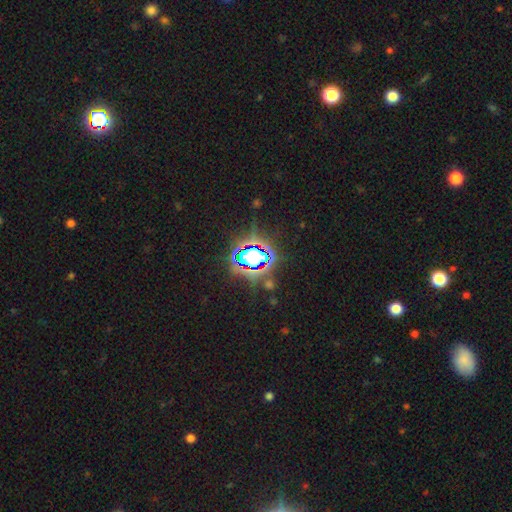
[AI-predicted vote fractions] The model was most divided on "smooth or featured": star or artifact: 72%, smooth: 16%, featured or disk: 11%.